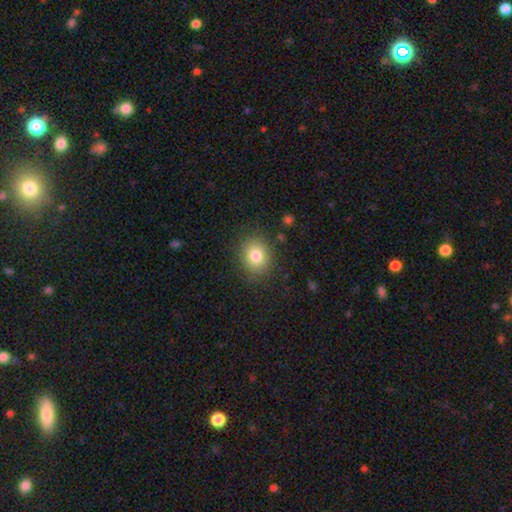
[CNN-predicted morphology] Overall: smooth (81%). How rounded: round (69%; in between 30%). Merging: none (86%).